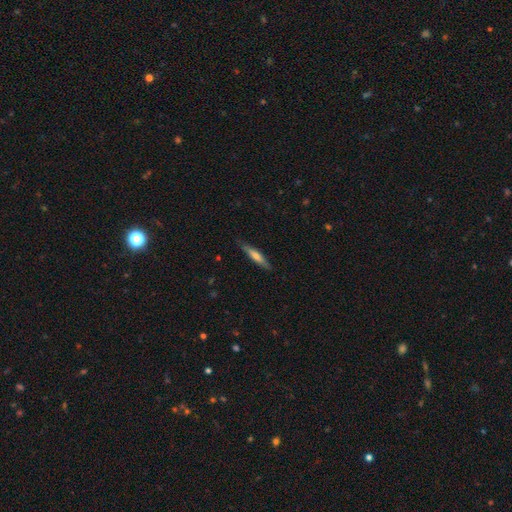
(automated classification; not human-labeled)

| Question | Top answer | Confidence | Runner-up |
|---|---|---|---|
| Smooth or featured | smooth | 49% | featured or disk (45%) |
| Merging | none | 84% | minor disturbance (13%) |